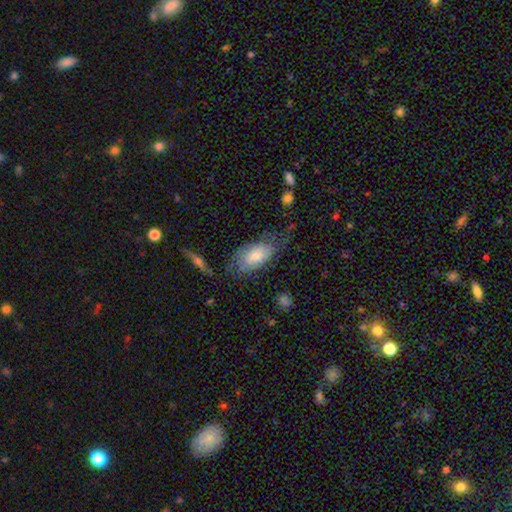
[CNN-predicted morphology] The model was most divided on "merging": none: 45%, minor disturbance: 30%, major disturbance: 22%, merger: 3%. More confident: how rounded — in between (92%); smooth or featured — smooth (65%).